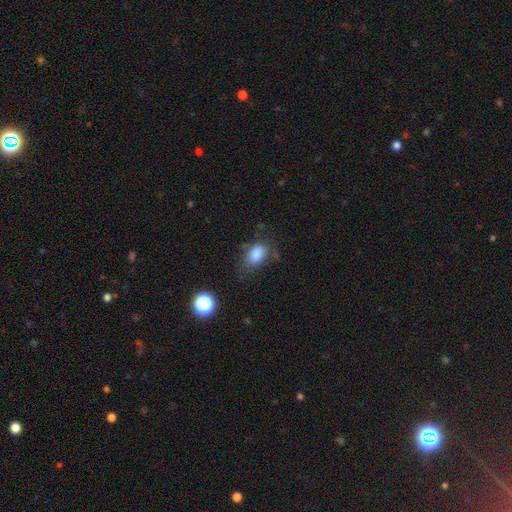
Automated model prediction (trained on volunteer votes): Morphology: type=smooth (82%); roundness=in between (83%); merging=none (56%).